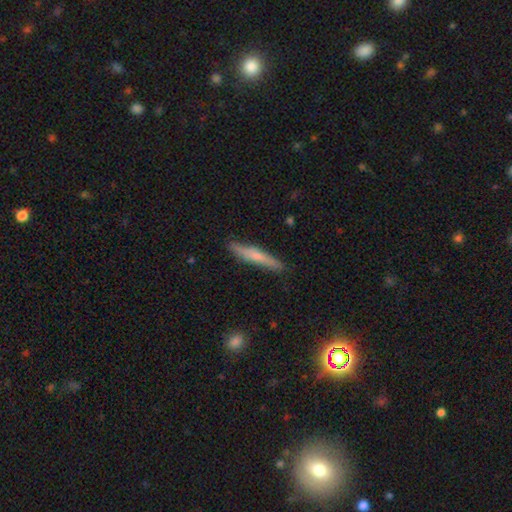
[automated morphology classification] Overall: smooth (54%; featured or disk 39%). How rounded: cigar-shaped (93%). Merging: none (85%).